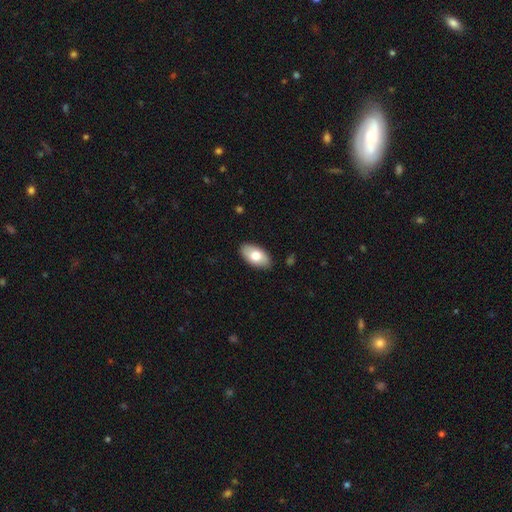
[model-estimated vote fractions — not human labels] A smooth galaxy with no disk features (75%) that is in between round and cigar-shaped (95%).

Vote fractions:
- Smooth or featured? smooth: 75% / featured or disk: 19% / star or artifact: 6%
- How rounded? in between: 95% / round: 3% / cigar-shaped: 3%
- Merging? none: 87% / minor disturbance: 10% / major disturbance: 2% / merger: 1%